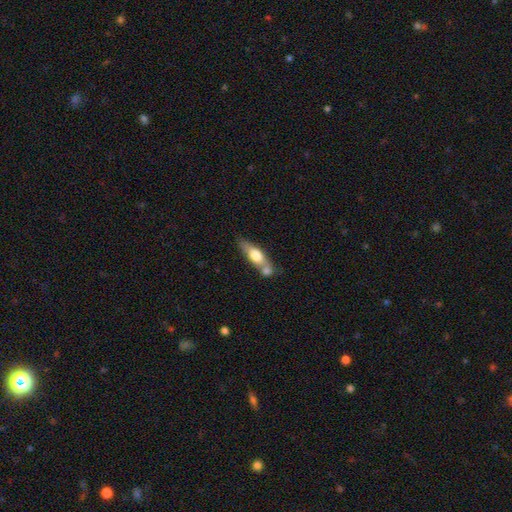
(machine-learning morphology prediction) A smooth galaxy with no disk features (58%) that is in between round and cigar-shaped (48%).

Vote fractions:
- Smooth or featured? smooth: 58% / featured or disk: 36% / star or artifact: 6%
- How rounded? in between: 48% / cigar-shaped: 47% / round: 4%
- Merging? none: 43% / merger: 38% / minor disturbance: 14% / major disturbance: 5%